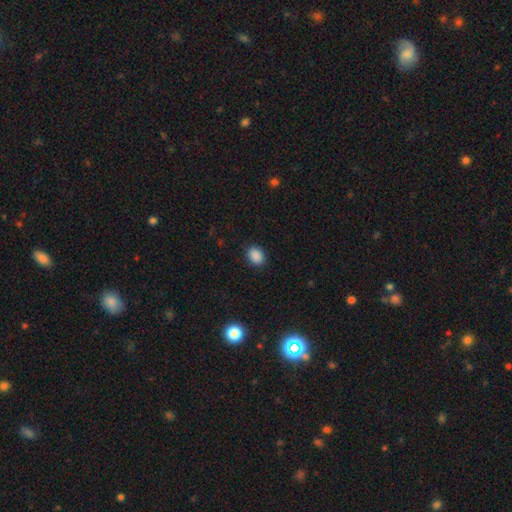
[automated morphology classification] Smooth or featured? Predicted: smooth (p=0.87). How rounded? Predicted: in between (p=0.52). Merging? Predicted: none (p=0.88).